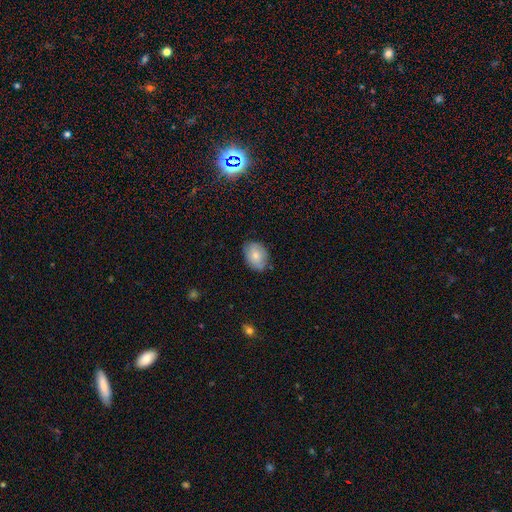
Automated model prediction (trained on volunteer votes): Morphology: type=smooth (74%); roundness=in between (74%); merging=none (74%).